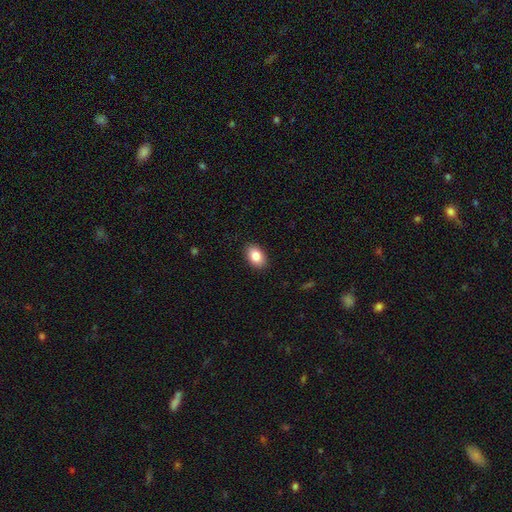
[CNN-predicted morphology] Smooth or featured?
  - smooth: 85% *
  - star or artifact: 8%
  - featured or disk: 7%
How rounded?
  - in between: 87% *
  - round: 11%
  - cigar-shaped: 1%
Merging?
  - none: 89% *
  - minor disturbance: 8%
  - major disturbance: 2%
  - merger: 1%